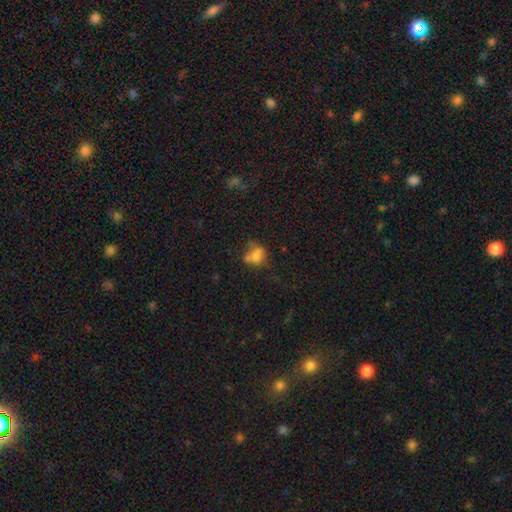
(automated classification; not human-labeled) A smooth galaxy with no disk features (69%) that is in between round and cigar-shaped (49%, tied with round).

Vote fractions:
- Smooth or featured? smooth: 69% / featured or disk: 16% / star or artifact: 15%
- How rounded? in between: 49% (tied) / round: 49% (tied) / cigar-shaped: 2%
- Merging? none: 39% / merger: 28% / minor disturbance: 21% / major disturbance: 13%